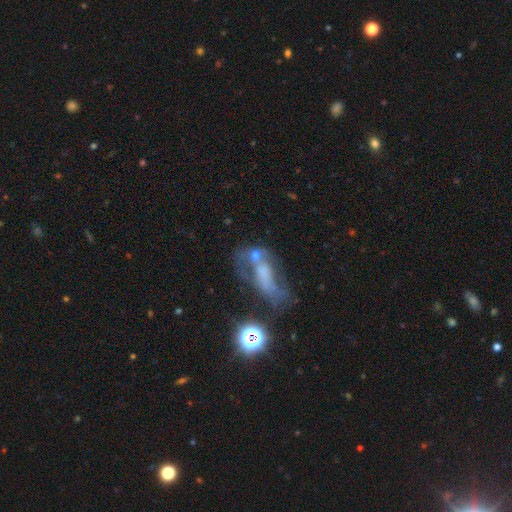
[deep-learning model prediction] A featured or disk galaxy (51%).

Vote fractions:
- Smooth or featured? featured or disk: 51% / smooth: 27% / star or artifact: 22%
- Edge-on disk? no: 87% / yes: 13%
- Merging? none: 32% / major disturbance: 28% / merger: 23% / minor disturbance: 17%